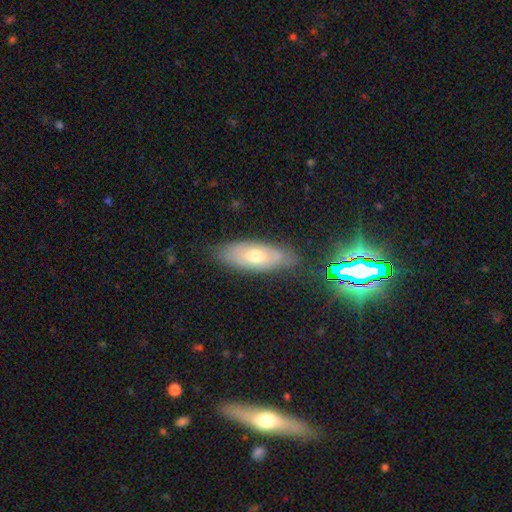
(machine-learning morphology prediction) A smooth galaxy with no disk features (51%) that is in between round and cigar-shaped (77%).

Vote fractions:
- Smooth or featured? smooth: 51% / featured or disk: 40% / star or artifact: 9%
- How rounded? in between: 77% / cigar-shaped: 20% / round: 3%
- Merging? none: 74% / minor disturbance: 19% / major disturbance: 4% / merger: 3%